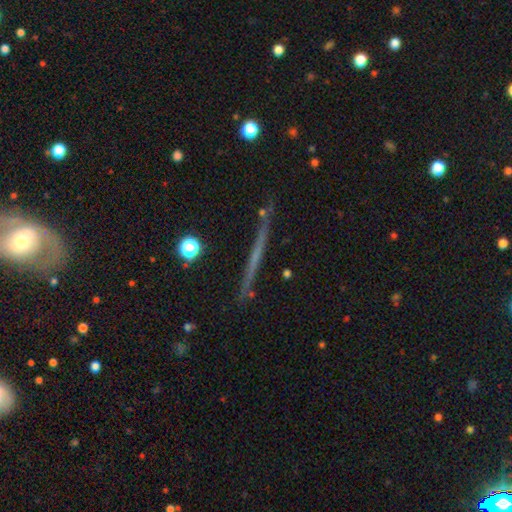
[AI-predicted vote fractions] Overall: featured or disk (57%; smooth 34%). Edge-on disk: yes (97%). Edge-on bulge: none (89%). Merging: none (88%).